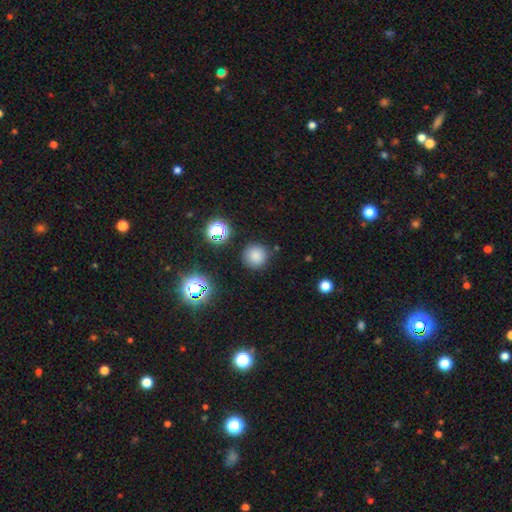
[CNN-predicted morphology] smooth_or_featured: smooth (p=0.77) [alt: star or artifact p=0.17]
how_rounded: round (p=0.95) [alt: in between p=0.04]
merging: none (p=0.87) [alt: minor disturbance p=0.08]